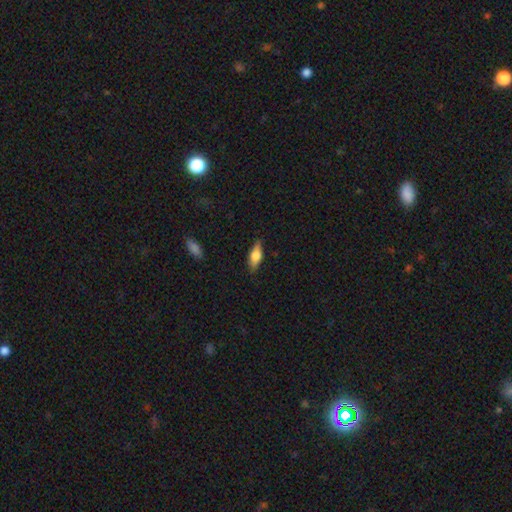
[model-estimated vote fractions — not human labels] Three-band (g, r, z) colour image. It shows a smooth galaxy with no disk features (61%) that is in between round and cigar-shaped (71%). Merging: none (83%).